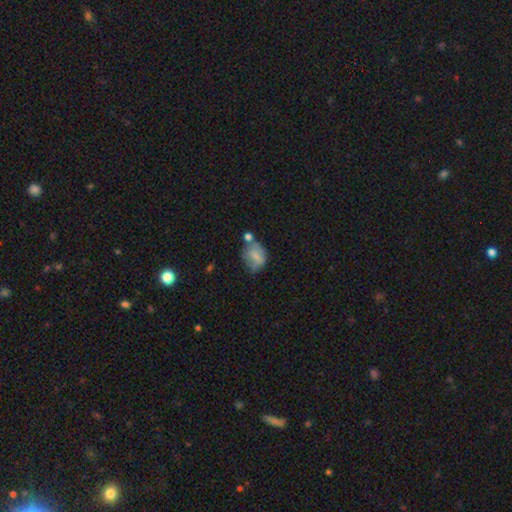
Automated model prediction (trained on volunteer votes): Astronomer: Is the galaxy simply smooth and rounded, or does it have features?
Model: smooth — 65%.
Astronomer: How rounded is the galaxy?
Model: in between — 60% (runner-up: round, 38%).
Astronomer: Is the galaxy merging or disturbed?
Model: none — 36% (runner-up: minor disturbance, 28%).